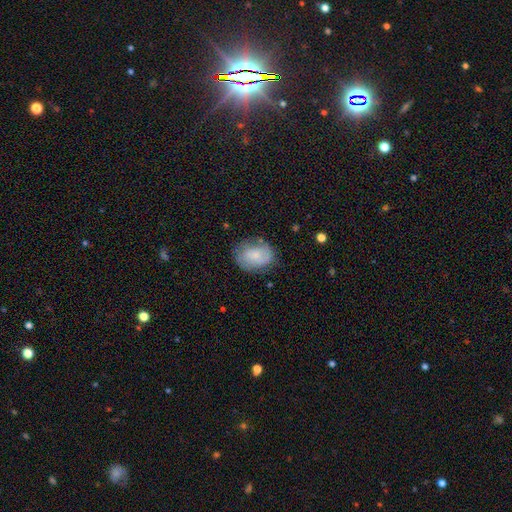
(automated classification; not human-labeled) Smooth or featured: smooth — 68% (featured or disk — 25%)
How rounded: in between — 60% (round — 39%)
Merging: none — 66% (minor disturbance — 24%)